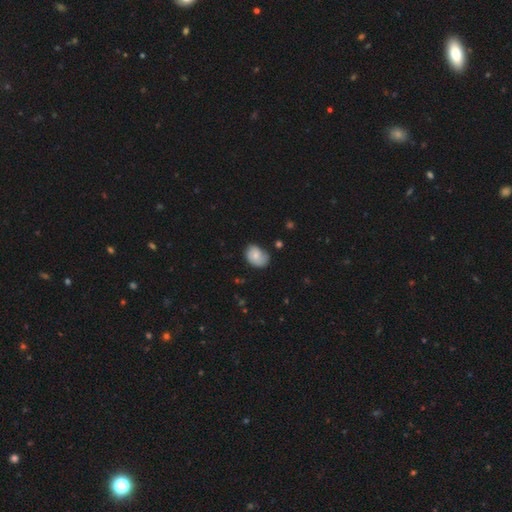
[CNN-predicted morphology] Smooth or featured? smooth (71%)
How rounded? in between (71%)
Merging? none (57%)